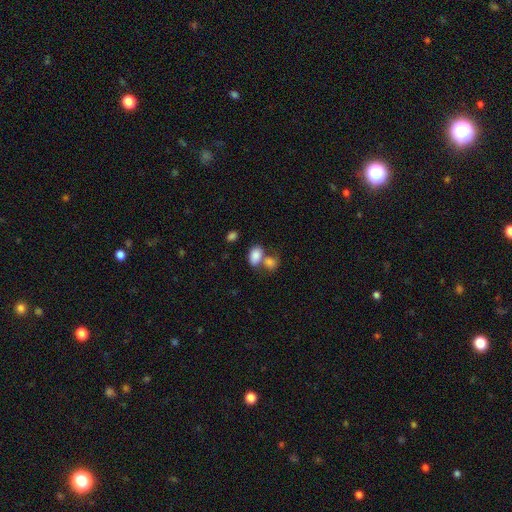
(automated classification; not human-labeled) smooth_or_featured: smooth (p=0.84) [alt: featured or disk p=0.08]
how_rounded: in between (p=0.86) [alt: round p=0.12]
merging: merger (p=0.51) [alt: none p=0.33]